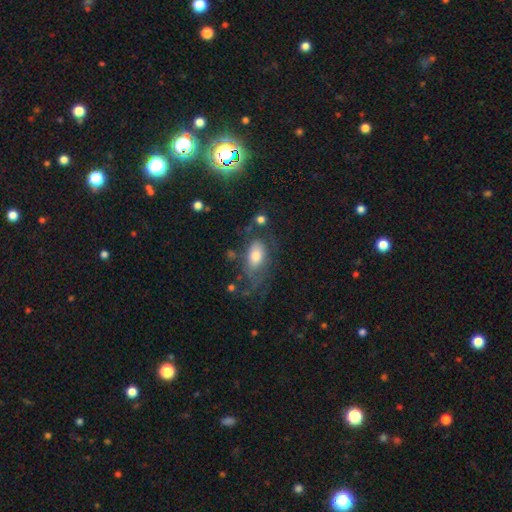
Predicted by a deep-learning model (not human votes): Overall: smooth (58%; featured or disk 32%). How rounded: in between (89%). Merging: none (44%; major disturbance 27%).